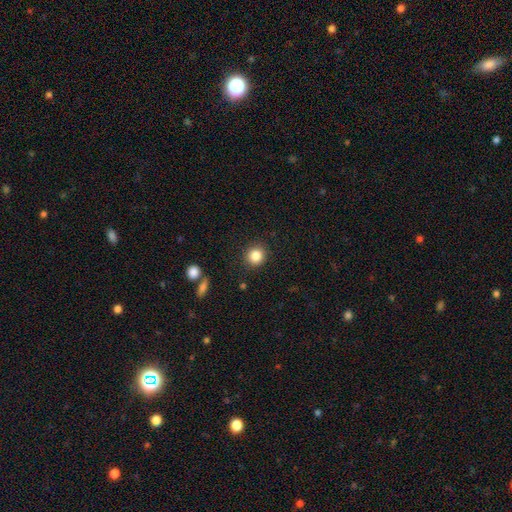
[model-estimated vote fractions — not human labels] A smooth galaxy with no disk features (85%) that is round (89%).

Vote fractions:
- Smooth or featured? smooth: 85% / star or artifact: 10% / featured or disk: 5%
- How rounded? round: 89% / in between: 10% / cigar-shaped: 1%
- Merging? none: 90% / minor disturbance: 7% / major disturbance: 2% / merger: 1%